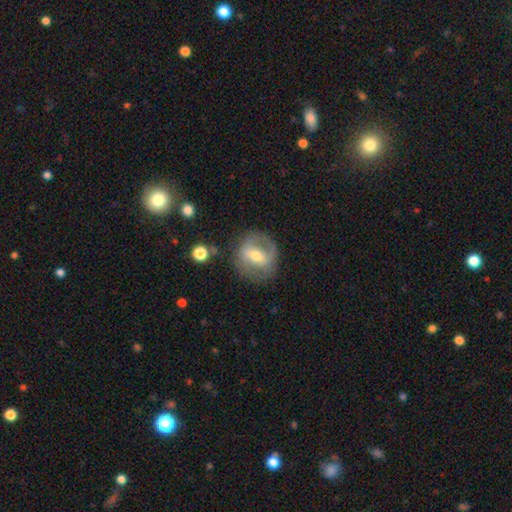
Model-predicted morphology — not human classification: This appears to be a featured or disk galaxy (63%) with a strong bar (40%), spiral arms (58%) and a moderate central bulge (65%). Merging: none (73%).